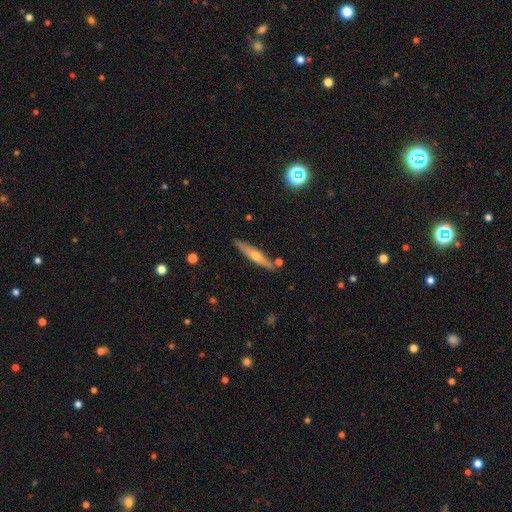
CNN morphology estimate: Smooth or featured?
  - featured or disk: 54% *
  - smooth: 40%
  - star or artifact: 6%
Edge-on disk?
  - yes: 92% *
  - no: 8%
Merging?
  - none: 84% *
  - minor disturbance: 9%
  - merger: 4%
  - major disturbance: 2%